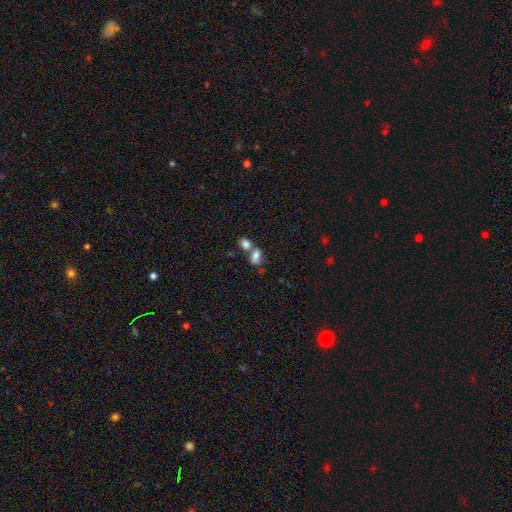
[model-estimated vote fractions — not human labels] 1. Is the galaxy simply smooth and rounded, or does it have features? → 78% smooth, 12% featured or disk, 10% star or artifact.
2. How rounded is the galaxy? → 82% in between, 14% round, 4% cigar-shaped.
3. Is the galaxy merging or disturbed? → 53% merger, 33% none, 10% minor disturbance, 5% major disturbance.